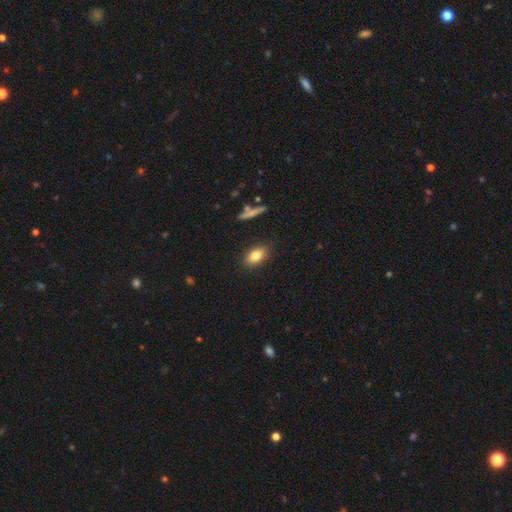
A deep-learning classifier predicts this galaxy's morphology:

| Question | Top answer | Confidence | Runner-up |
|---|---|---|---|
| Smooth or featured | smooth | 81% | featured or disk (11%) |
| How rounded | in between | 84% | round (12%) |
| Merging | none | 86% | minor disturbance (10%) |